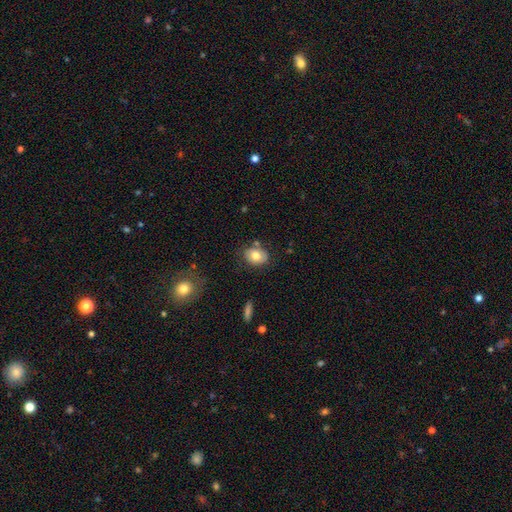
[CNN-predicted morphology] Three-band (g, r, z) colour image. It shows a smooth galaxy with no disk features (75%) that is in between round and cigar-shaped (58%). Merging: none (74%).